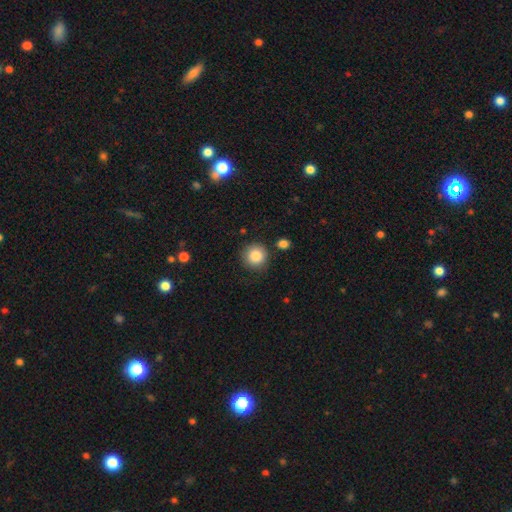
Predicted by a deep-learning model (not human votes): Q: Smooth or featured?
A: smooth (86%); runner-up: star or artifact (9%)
Q: How rounded?
A: round (93%); runner-up: in between (6%)
Q: Merging?
A: none (84%); runner-up: minor disturbance (9%)